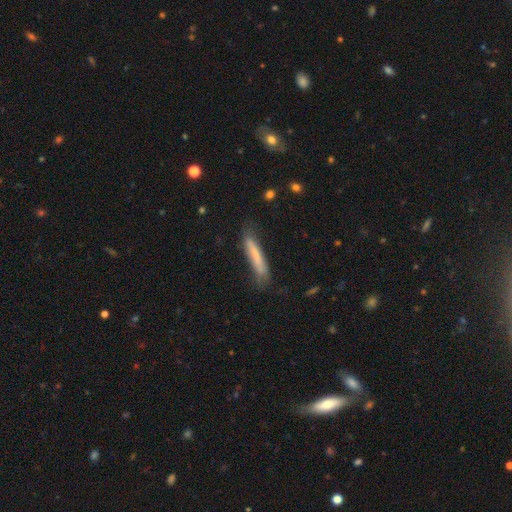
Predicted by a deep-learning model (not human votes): A smooth galaxy with no disk features (69%) that is cigar-shaped (92%). Merging: none (72%).